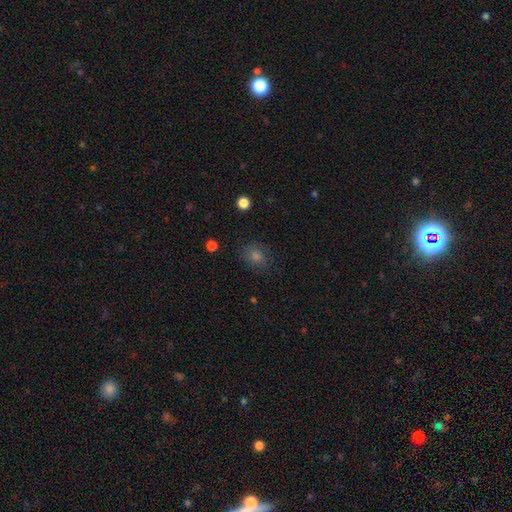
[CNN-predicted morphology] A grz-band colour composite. It shows a smooth galaxy with no disk features (62%) that is round (56%). Merging: none (80%).